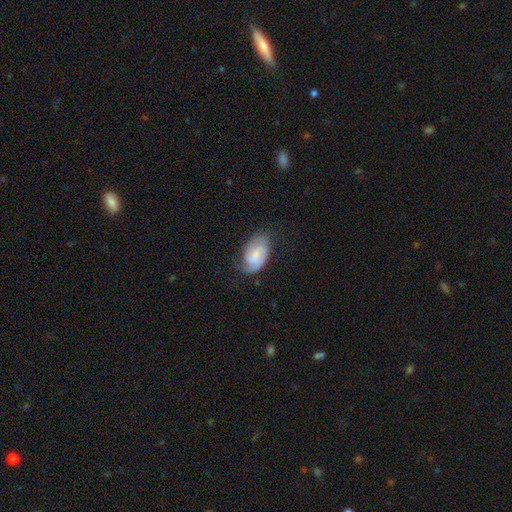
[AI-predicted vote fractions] A featured or disk galaxy (47%). Merging: none (54%).